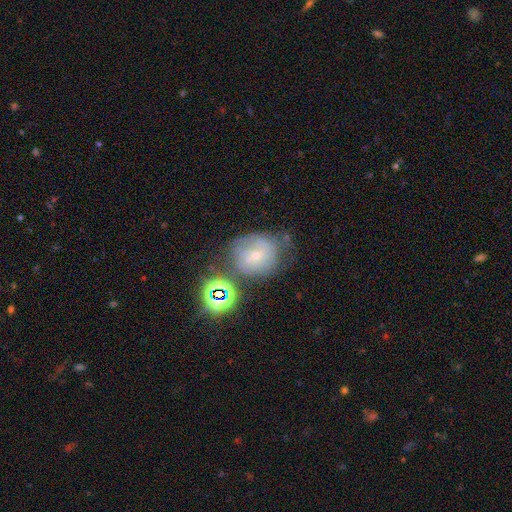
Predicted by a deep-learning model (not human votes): Smooth or featured? featured or disk (47%)
Merging? none (52%)